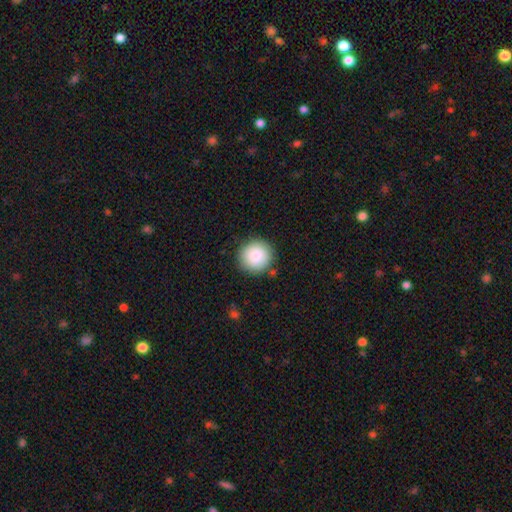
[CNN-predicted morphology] smooth 86%, featured or disk 7%, star or artifact 7%. Down the decision tree: how rounded — round (94%); merging — none (88%).